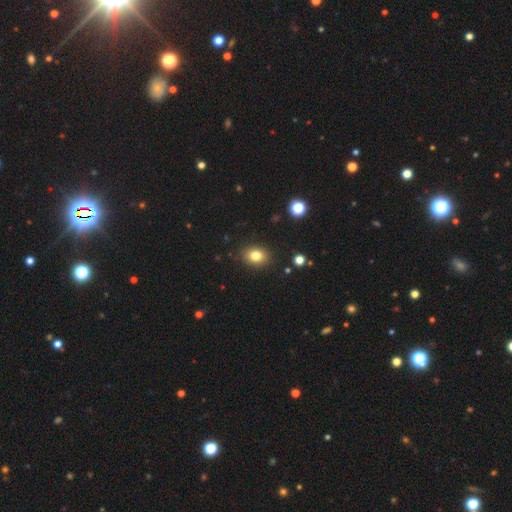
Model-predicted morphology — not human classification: The model was most divided on "how rounded": in between: 59%, round: 40%, cigar-shaped: 1%. More confident: merging — none (88%); smooth or featured — smooth (81%).